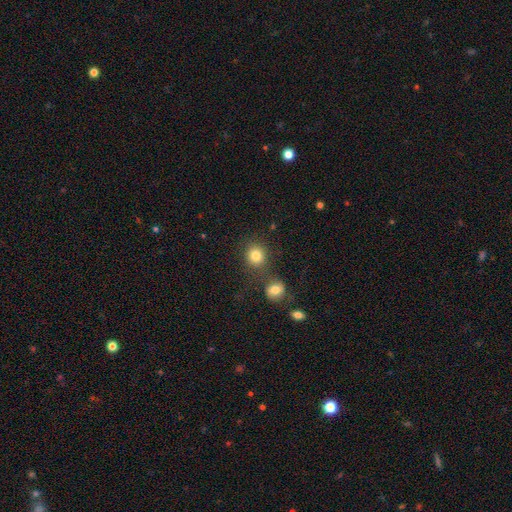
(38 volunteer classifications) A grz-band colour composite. It shows a smooth galaxy with no disk features (87%) that is round (91%). Merging: none (64%).